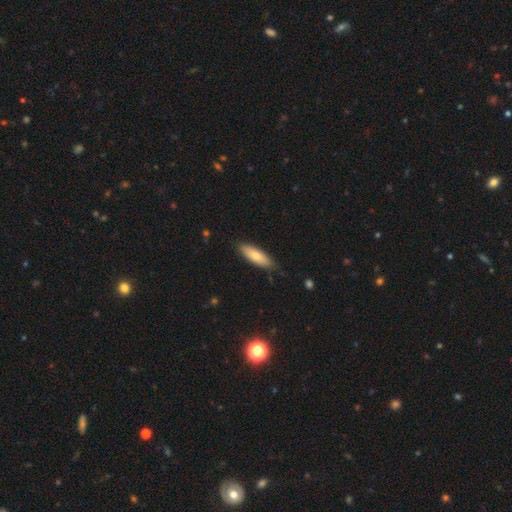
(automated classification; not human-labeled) The model was most divided on "how rounded": in between: 52%, cigar-shaped: 47%, round: 2%. More confident: merging — none (81%); smooth or featured — smooth (76%).